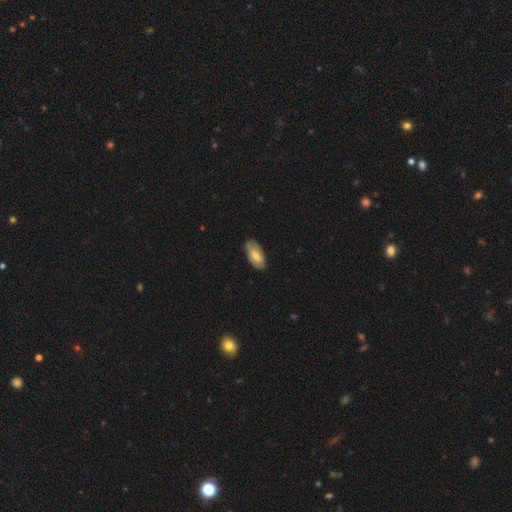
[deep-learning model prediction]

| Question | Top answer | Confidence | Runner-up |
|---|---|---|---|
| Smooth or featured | smooth | 56% | featured or disk (38%) |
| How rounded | in between | 90% | cigar-shaped (7%) |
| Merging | none | 79% | minor disturbance (17%) |